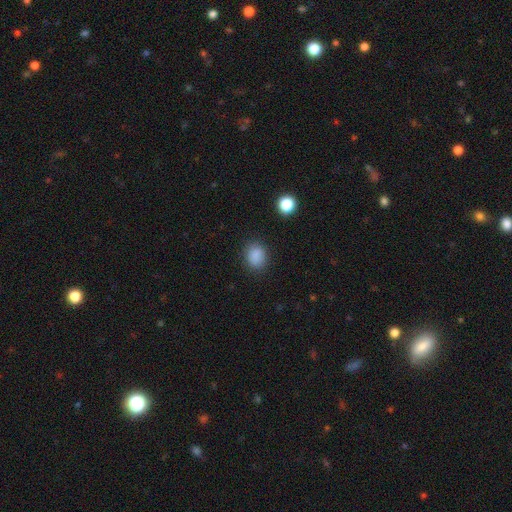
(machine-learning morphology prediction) Smooth or featured? smooth (86%)
How rounded? round (55%)
Merging? none (84%)